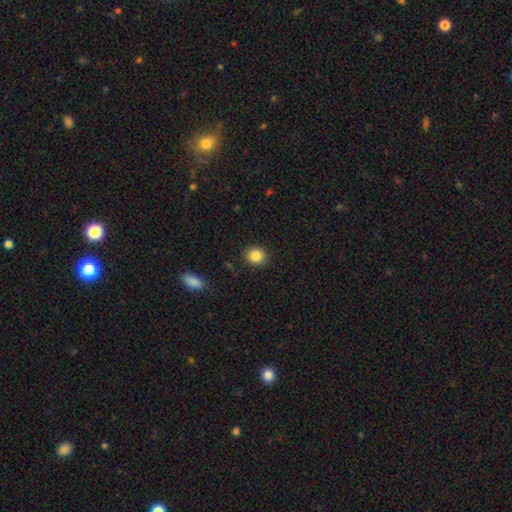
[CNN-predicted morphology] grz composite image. It shows a smooth galaxy with no disk features (85%) that is round (84%). Merging: none (90%).